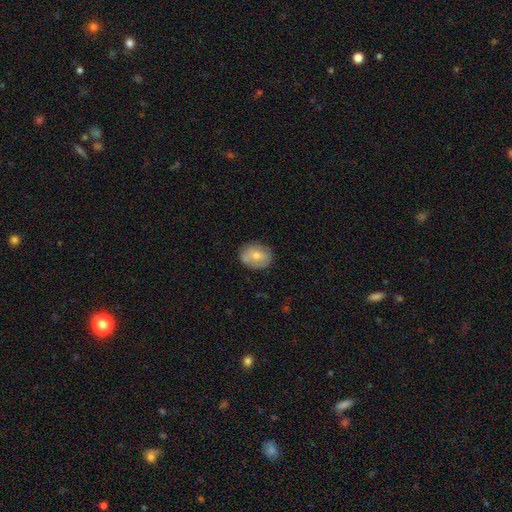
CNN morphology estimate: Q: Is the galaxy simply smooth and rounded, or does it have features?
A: smooth — 68%.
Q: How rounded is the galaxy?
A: in between — 55%.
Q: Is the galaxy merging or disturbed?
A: none — 76%.